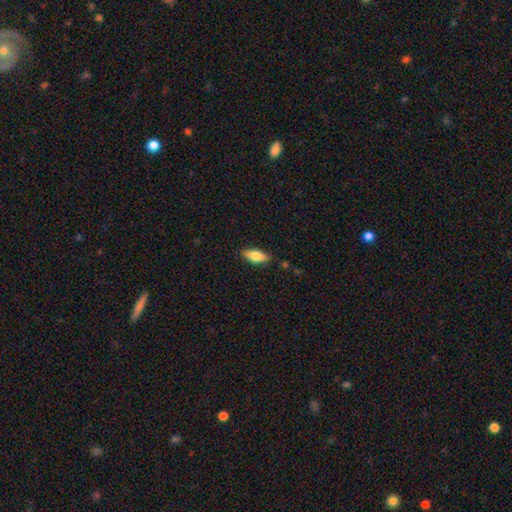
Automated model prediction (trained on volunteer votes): Smooth or featured? smooth (76%)
How rounded? in between (77%)
Merging? none (85%)